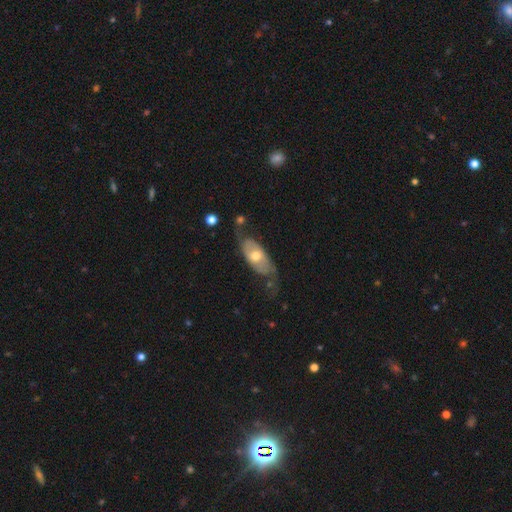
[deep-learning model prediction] The model was most divided on "smooth or featured": featured or disk: 50%, smooth: 44%, star or artifact: 6%. More confident: merging — none (52%).